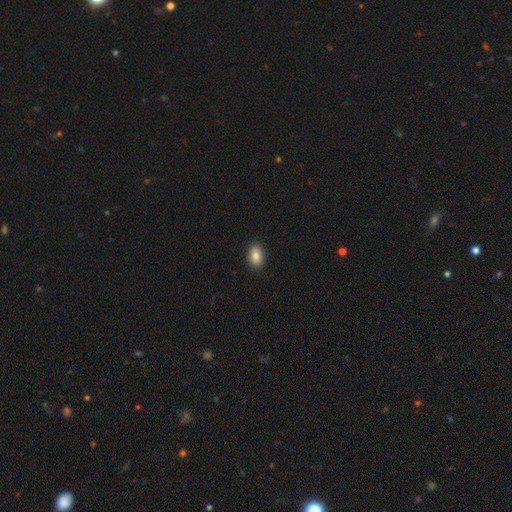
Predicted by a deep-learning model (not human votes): smooth-or-featured: smooth: 85% | star or artifact: 8% | featured or disk: 7%
  how-rounded: in between: 86% | round: 13% | cigar-shaped: 1%
  merging: none: 90% | minor disturbance: 7% | major disturbance: 2% | merger: 1%